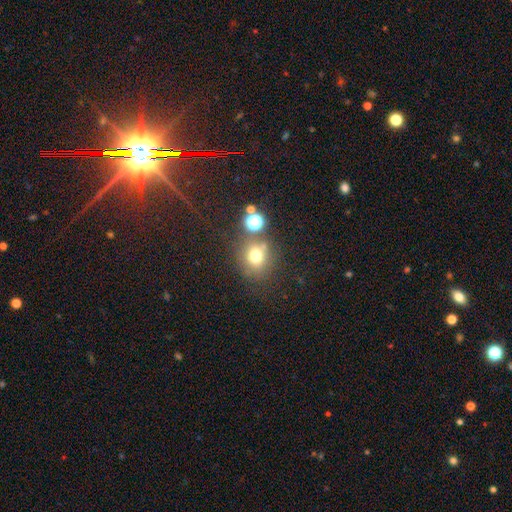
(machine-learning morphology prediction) Q: Smooth or featured?
A: smooth (70%); runner-up: star or artifact (19%)
Q: How rounded?
A: round (83%); runner-up: in between (16%)
Q: Merging?
A: none (68%); runner-up: merger (15%)